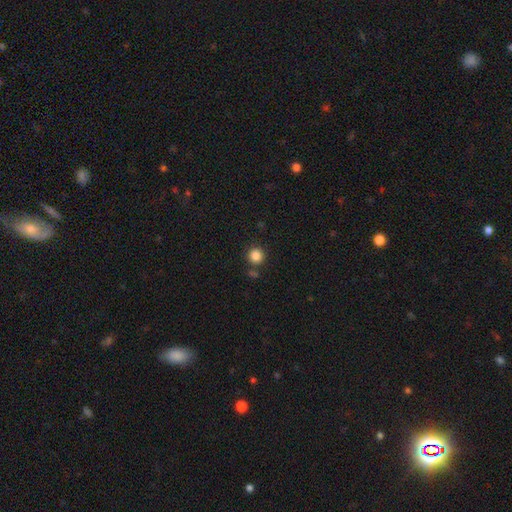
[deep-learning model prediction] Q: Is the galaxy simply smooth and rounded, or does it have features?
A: smooth — 85%.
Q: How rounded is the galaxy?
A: round — 94%.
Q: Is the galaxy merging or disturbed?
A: none — 83%.